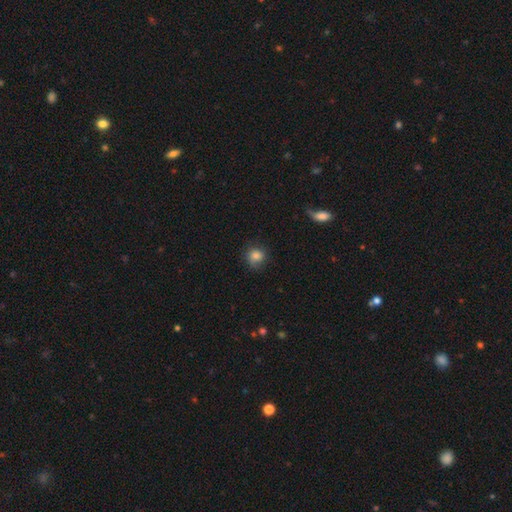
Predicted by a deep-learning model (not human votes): Q: Smooth or featured?
A: smooth (82%); runner-up: star or artifact (10%)
Q: How rounded?
A: round (83%); runner-up: in between (16%)
Q: Merging?
A: none (75%); runner-up: minor disturbance (18%)